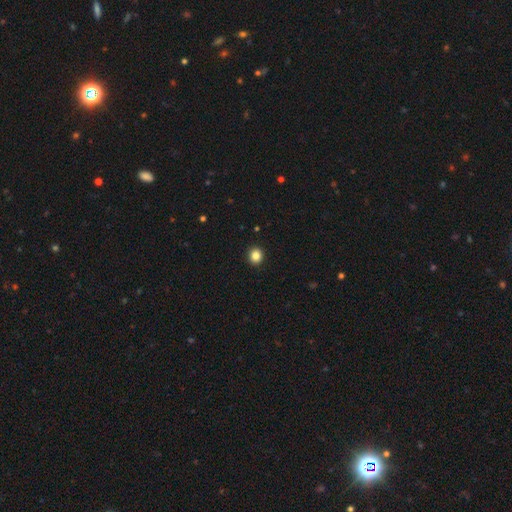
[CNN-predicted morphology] type=smooth (86%); roundness=round (84%); merging=none (93%).